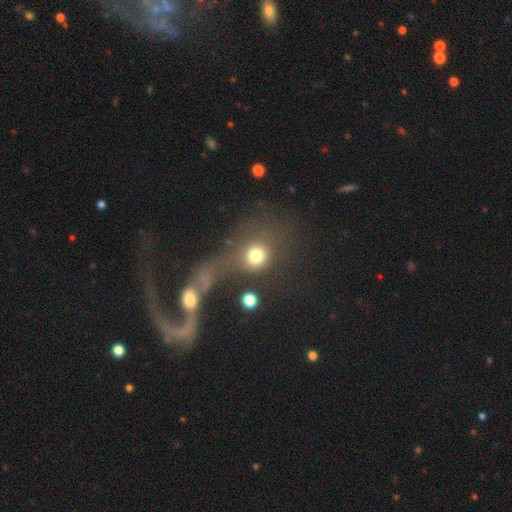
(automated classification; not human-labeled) A smooth galaxy with no disk features (71%) that is round (77%). Merging: merger (34%).